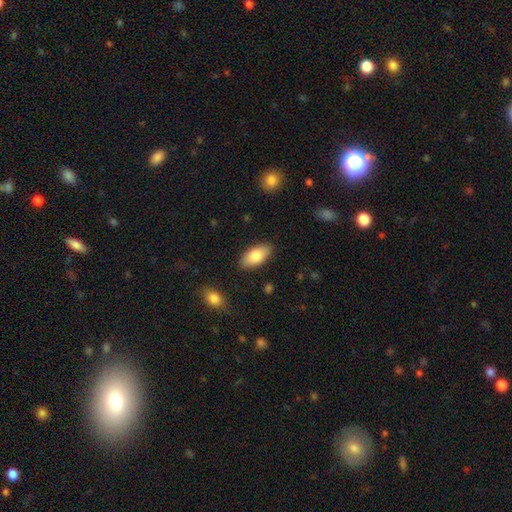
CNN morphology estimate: Smooth or featured? smooth (81%)
How rounded? in between (92%)
Merging? none (87%)